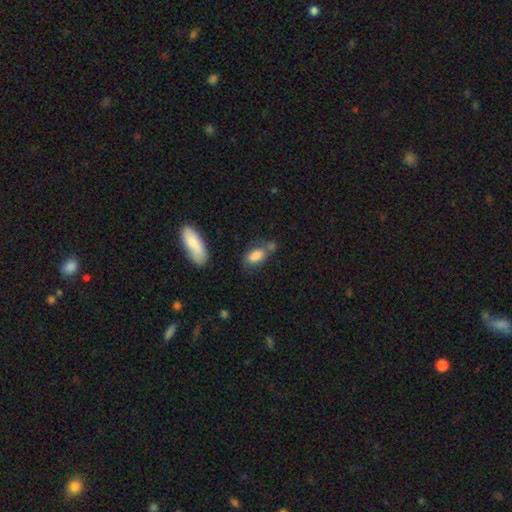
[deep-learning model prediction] A smooth galaxy with no disk features (84%) that is in between round and cigar-shaped (87%). Merging: none (53%).